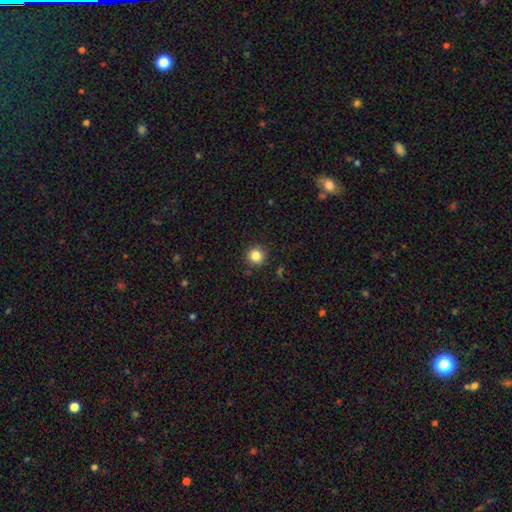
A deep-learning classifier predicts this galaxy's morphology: Overall: smooth (84%). How rounded: round (94%). Merging: none (90%).